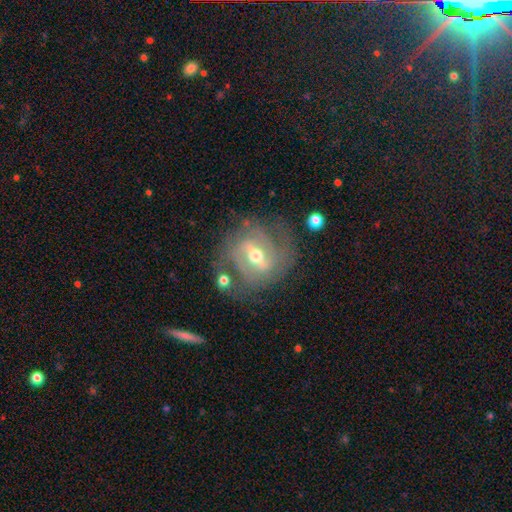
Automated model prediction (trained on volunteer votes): This appears to be a featured or disk galaxy (82%) with a strong bar (48%), 2 (52%) medium (42%) spiral arms (83%) and a moderate central bulge (68%). Merging: none (64%).